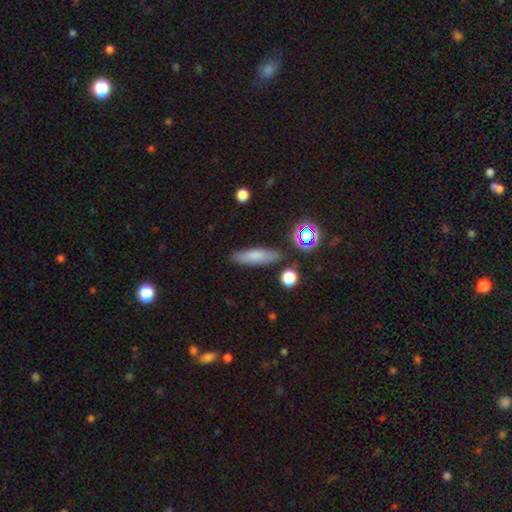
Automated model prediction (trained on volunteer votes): This appears to be a smooth galaxy with no disk features (73%) that is cigar-shaped (62%). Merging: none (84%).